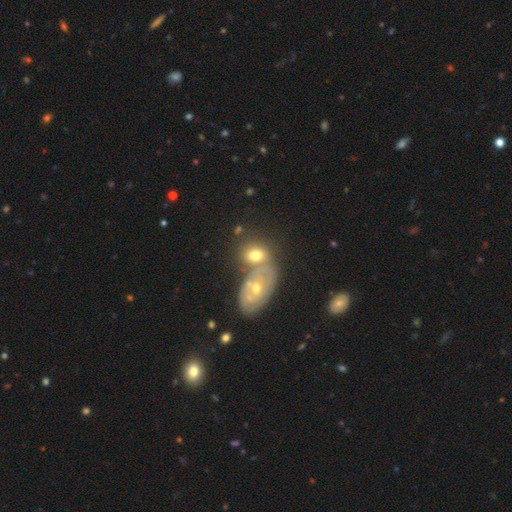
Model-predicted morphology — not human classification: smooth_or_featured: smooth (p=0.60) [alt: featured or disk p=0.30]
how_rounded: in between (p=0.61) [alt: round p=0.37]
merging: merger (p=0.47) [alt: none p=0.34]